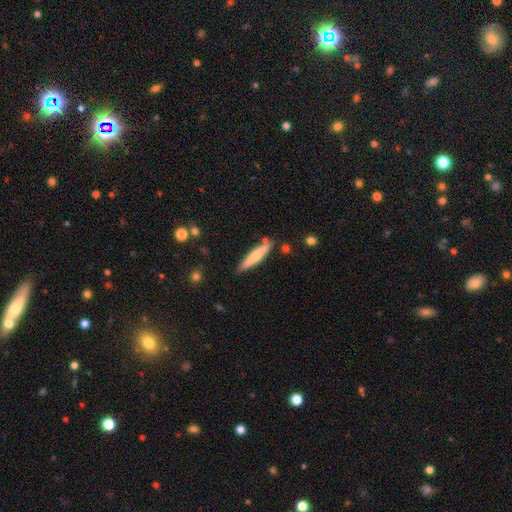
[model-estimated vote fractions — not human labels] smooth_or_featured: smooth (p=0.58) [alt: featured or disk p=0.36]
how_rounded: cigar-shaped (p=0.88) [alt: in between p=0.11]
merging: none (p=0.81) [alt: minor disturbance p=0.12]